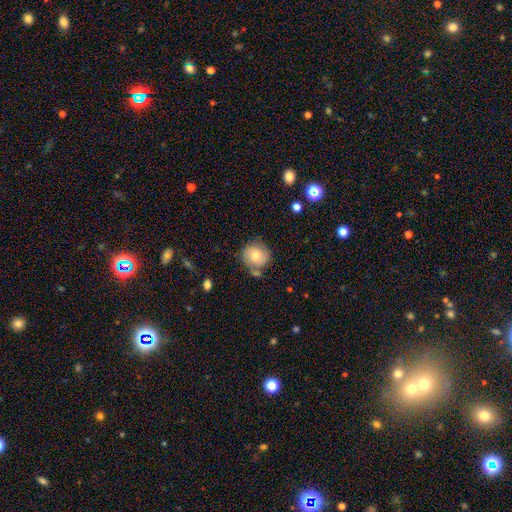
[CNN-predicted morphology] smooth_or_featured: smooth (p=0.65) [alt: featured or disk p=0.26]
how_rounded: round (p=0.88) [alt: in between p=0.11]
merging: none (p=0.64) [alt: minor disturbance p=0.19]